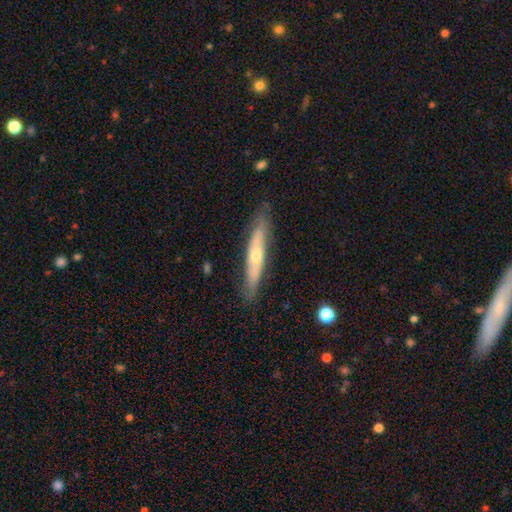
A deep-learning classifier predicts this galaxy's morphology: The model was most divided on "smooth or featured": featured or disk: 54%, smooth: 40%, star or artifact: 6%. More confident: merging — none (83%); edge-on disk — yes (76%).